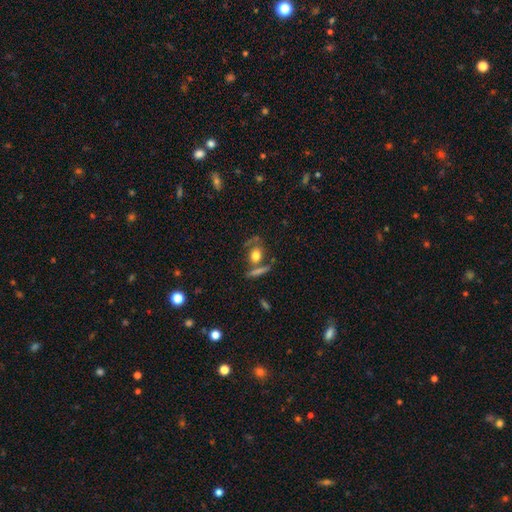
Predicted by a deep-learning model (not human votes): Q: Smooth or featured?
A: smooth (65%); runner-up: featured or disk (24%)
Q: How rounded?
A: round (54%); runner-up: in between (39%)
Q: Merging?
A: none (54%); runner-up: merger (21%)